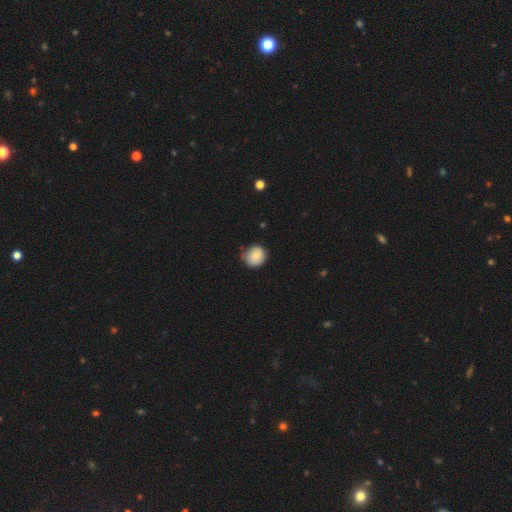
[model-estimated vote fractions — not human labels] This is likely a smooth galaxy (79%). How rounded: clearly round (83%). Merging: likely none (65%).